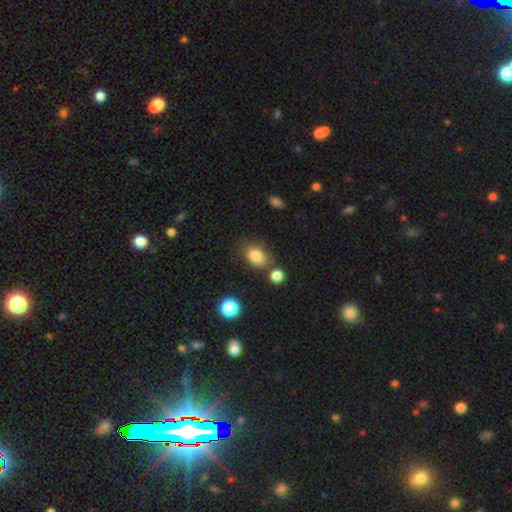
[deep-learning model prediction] Overall: smooth (83%). How rounded: in between (77%). Merging: none (64%).